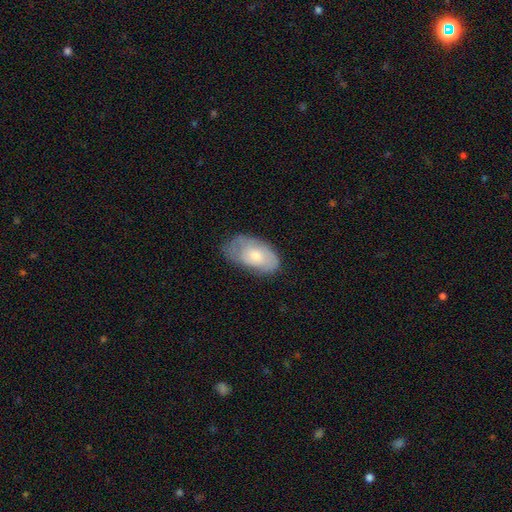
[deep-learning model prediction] smooth 64%, featured or disk 30%, star or artifact 6%. Down the decision tree: how rounded — in between (94%); merging — none (54%).